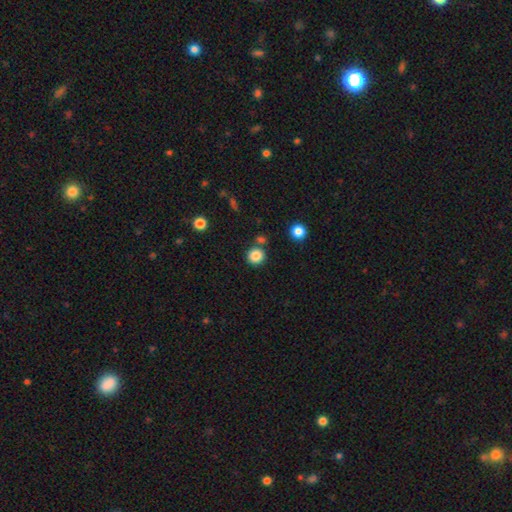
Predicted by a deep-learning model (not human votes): Smooth or featured? smooth (85%)
How rounded? round (93%)
Merging? none (80%)